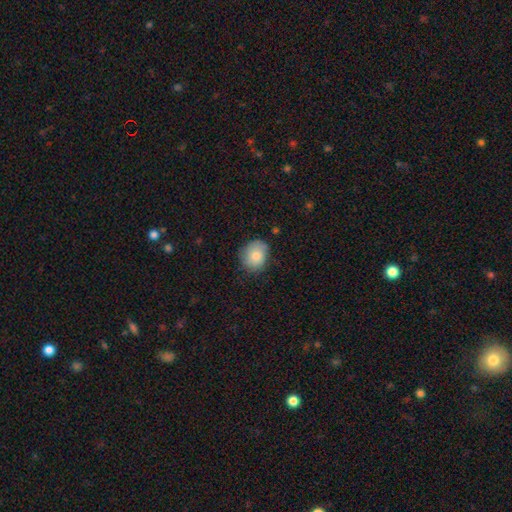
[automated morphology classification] Q: Smooth or featured?
A: smooth (79%); runner-up: featured or disk (13%)
Q: How rounded?
A: round (68%); runner-up: in between (31%)
Q: Merging?
A: none (73%); runner-up: minor disturbance (21%)